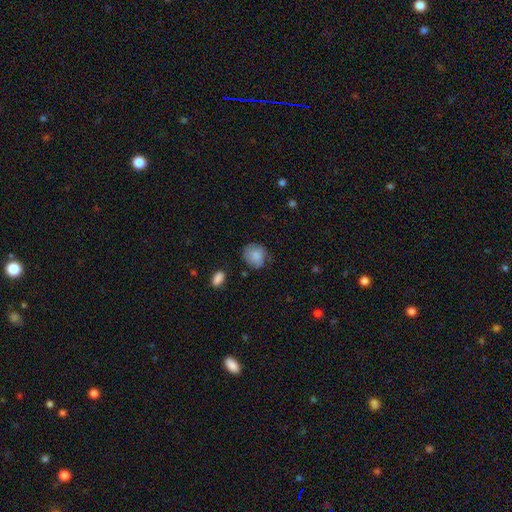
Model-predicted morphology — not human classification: Smooth or featured: smooth — 80% (featured or disk — 12%)
How rounded: round — 73% (in between — 26%)
Merging: none — 65% (minor disturbance — 25%)